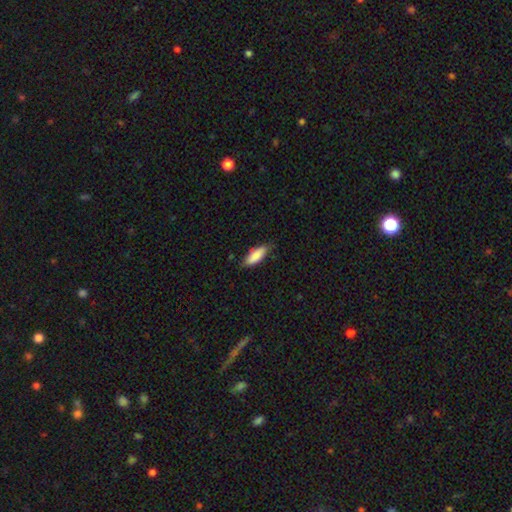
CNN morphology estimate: type=smooth (84%); roundness=in between (66%); merging=none (75%).